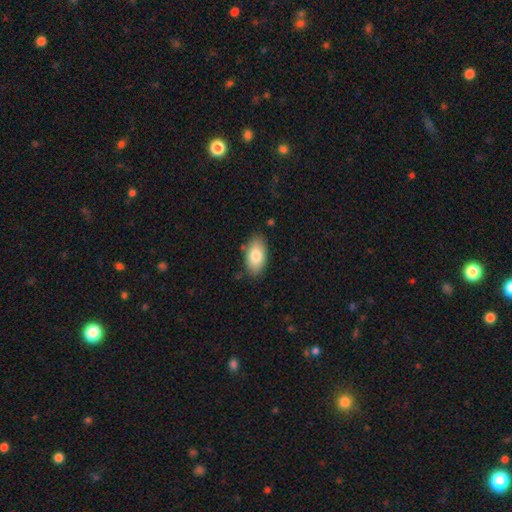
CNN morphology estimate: This is clearly a smooth galaxy (80%). How rounded: clearly in between (94%). Merging: clearly none (82%).